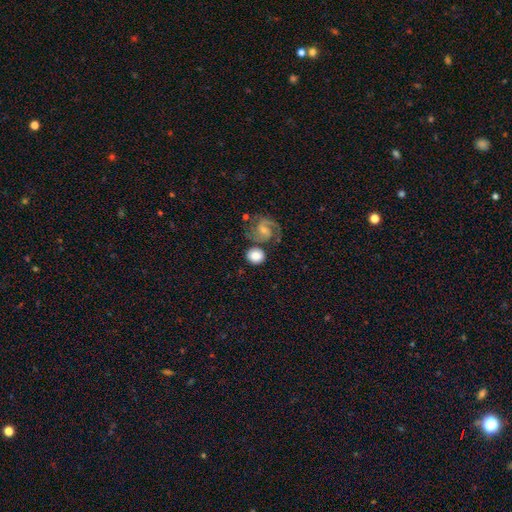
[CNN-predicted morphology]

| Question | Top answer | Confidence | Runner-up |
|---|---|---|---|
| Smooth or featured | smooth | 72% | featured or disk (20%) |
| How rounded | round | 81% | in between (18%) |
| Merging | none | 63% | merger (20%) |